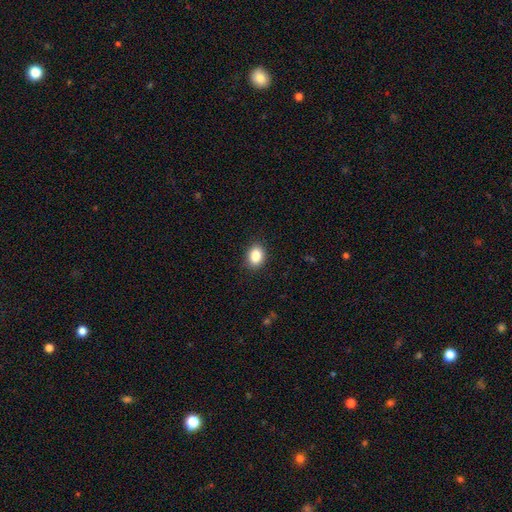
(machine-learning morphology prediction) This appears to be a smooth galaxy with no disk features (87%) that is in between round and cigar-shaped (68%). Merging: none (88%).